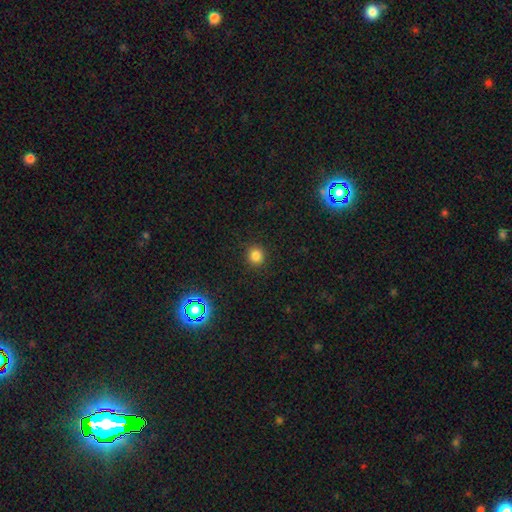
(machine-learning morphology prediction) Smooth or featured? smooth (82%)
How rounded? round (89%)
Merging? none (90%)